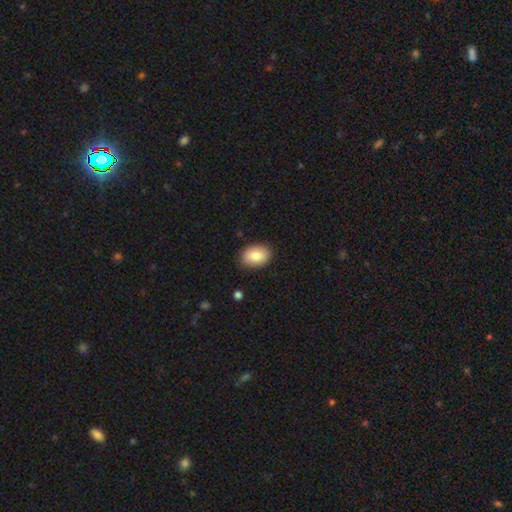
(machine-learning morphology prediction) smooth 85%, featured or disk 9%, star or artifact 7%. Down the decision tree: how rounded — in between (85%); merging — none (87%).